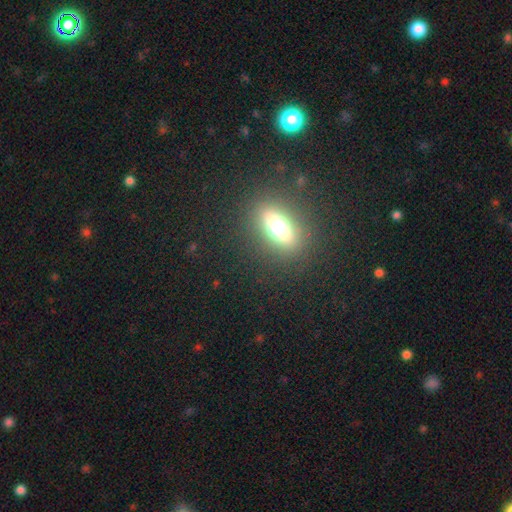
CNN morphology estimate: This is possibly a smooth galaxy (55%). How rounded: likely in between (65%). Merging: clearly none (89%).